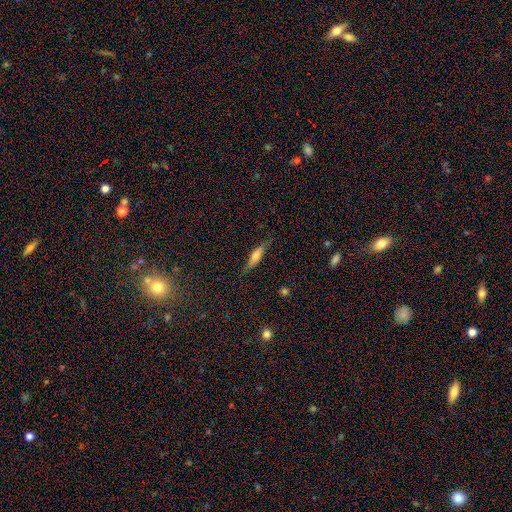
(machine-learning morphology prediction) A smooth galaxy with no disk features (58%) that is cigar-shaped (66%).

Vote fractions:
- Smooth or featured? smooth: 58% / featured or disk: 34% / star or artifact: 8%
- How rounded? cigar-shaped: 66% / in between: 32% / round: 2%
- Merging? none: 78% / minor disturbance: 16% / major disturbance: 4% / merger: 1%